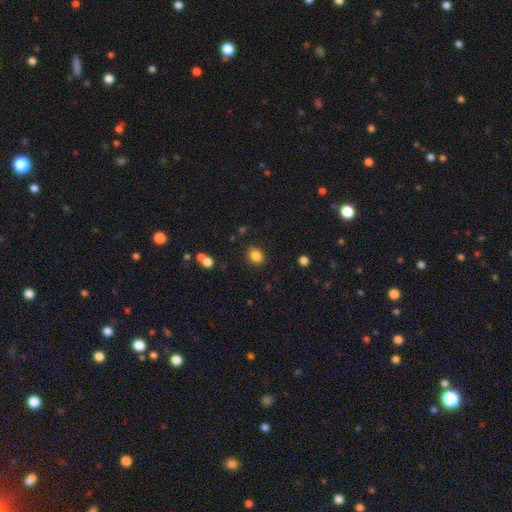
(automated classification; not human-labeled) Smooth or featured? smooth (84%)
How rounded? round (55%)
Merging? none (86%)